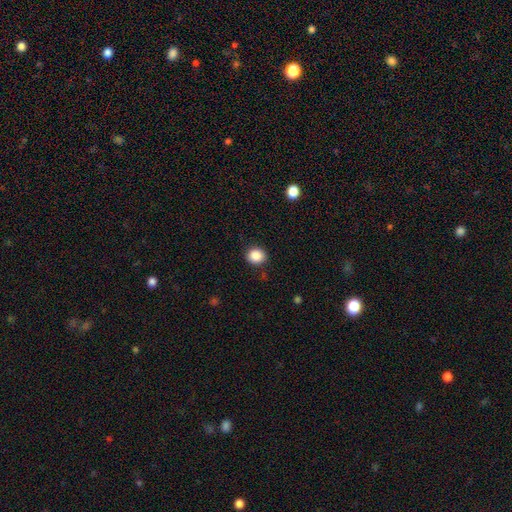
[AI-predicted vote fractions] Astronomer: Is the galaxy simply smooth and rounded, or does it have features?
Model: smooth — 88%.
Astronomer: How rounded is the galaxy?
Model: round — 76%.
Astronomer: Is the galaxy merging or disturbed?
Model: none — 89%.